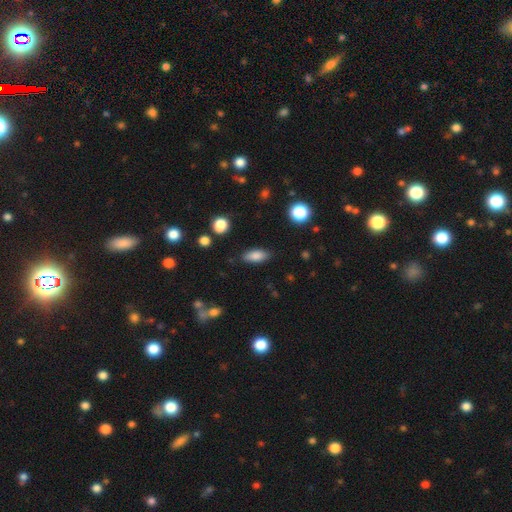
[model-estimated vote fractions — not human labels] The model was most divided on "how rounded": in between: 83%, cigar-shaped: 13%, round: 4%. More confident: merging — none (84%); smooth or featured — smooth (84%).